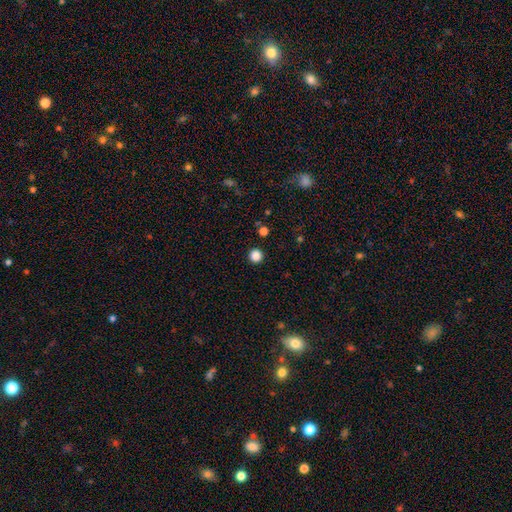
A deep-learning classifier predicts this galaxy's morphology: Smooth or featured? Predicted: smooth (p=0.86). How rounded? Predicted: round (p=0.95). Merging? Predicted: none (p=0.93).